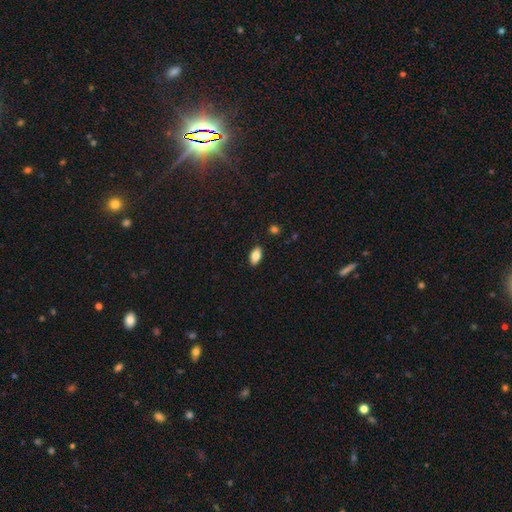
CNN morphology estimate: smooth 81%, featured or disk 11%, star or artifact 8%. Down the decision tree: how rounded — in between (91%); merging — none (89%).